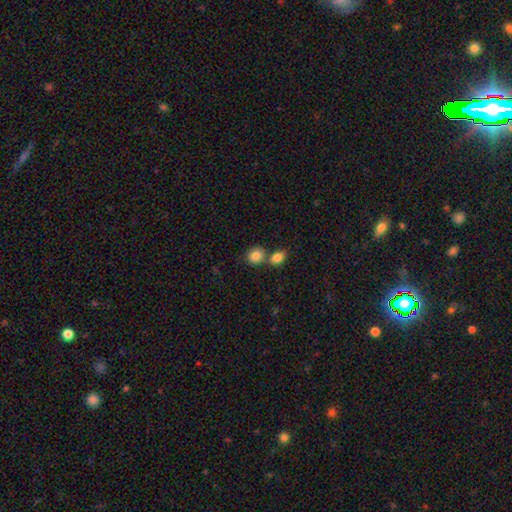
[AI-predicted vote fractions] Overall: smooth (85%). How rounded: round (71%). Merging: none (56%; merger 33%).